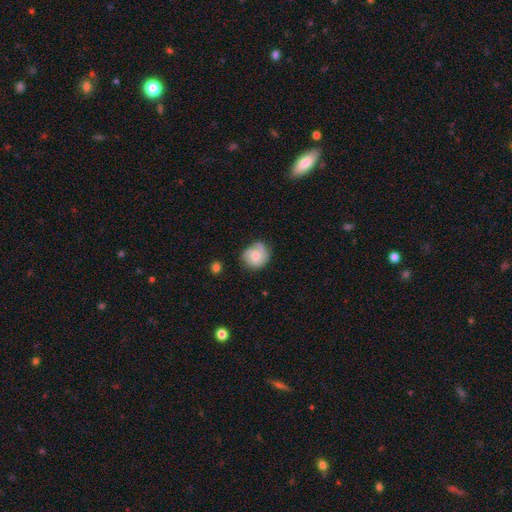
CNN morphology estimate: The model was most divided on "smooth or featured": smooth: 55%, featured or disk: 38%, star or artifact: 7%. More confident: how rounded — round (77%); merging — none (63%).